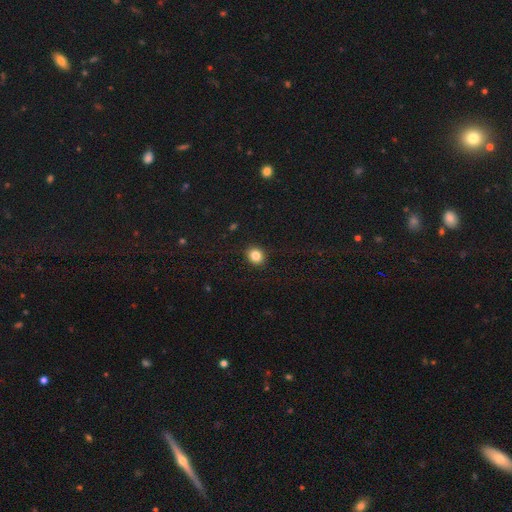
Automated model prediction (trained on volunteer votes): smooth 84%, star or artifact 11%, featured or disk 6%. Down the decision tree: how rounded — round (73%); merging — none (91%).